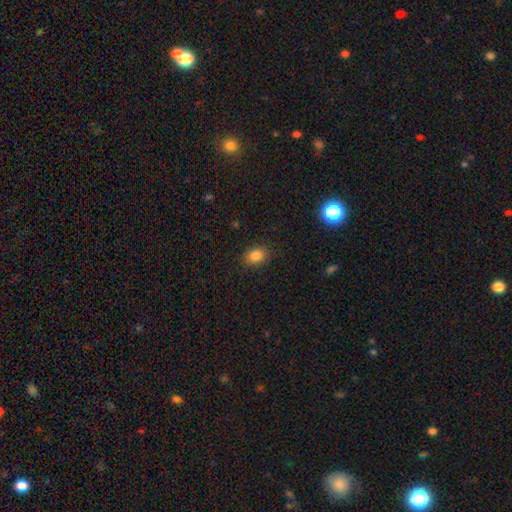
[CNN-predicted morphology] Smooth or featured? Predicted: smooth (p=0.84). How rounded? Predicted: in between (p=0.68). Merging? Predicted: none (p=0.87).